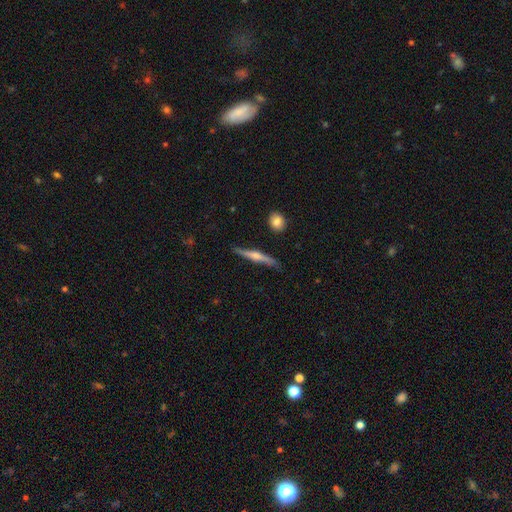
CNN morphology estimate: type=featured or disk (62%); edge-on=yes (96%); edge-on bulge=rounded (73%); merging=none (84%).